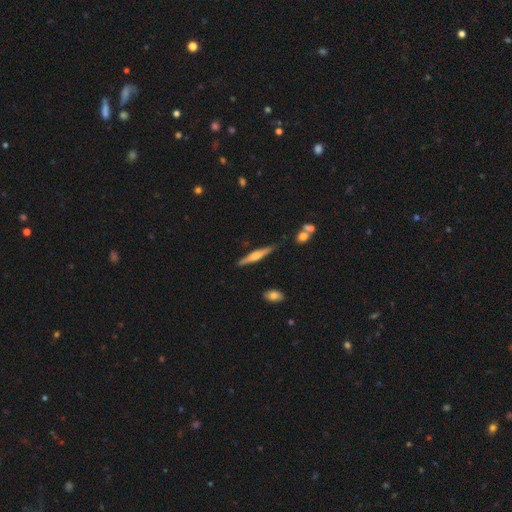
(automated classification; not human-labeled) This appears to be a featured or disk galaxy (58%) viewed edge-on (97%) with a rounded central bulge (64%). Merging: none (86%).